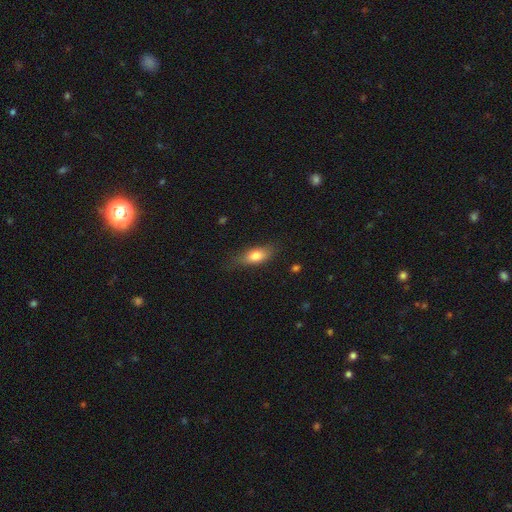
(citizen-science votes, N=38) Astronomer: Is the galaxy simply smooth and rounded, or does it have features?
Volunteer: smooth — 76%.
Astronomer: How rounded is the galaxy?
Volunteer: in between — 86%.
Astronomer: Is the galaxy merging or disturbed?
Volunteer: none — 82%.